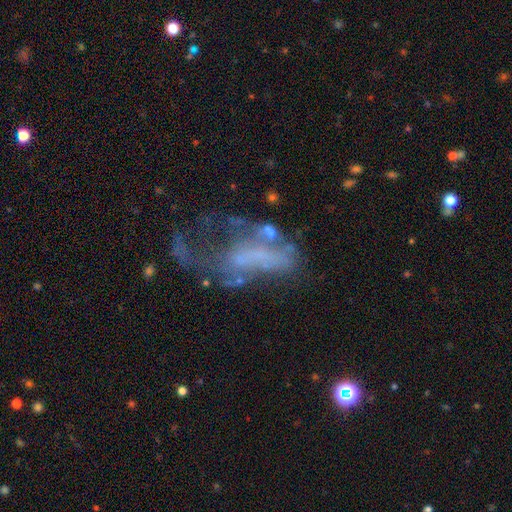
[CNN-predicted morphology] Overall: featured or disk (60%; smooth 23%). Edge-on disk: no (93%). Bar: no (76%). Spiral arms: no (74%). Bulge size: none (69%). Merging: major disturbance (51%; none 22%).